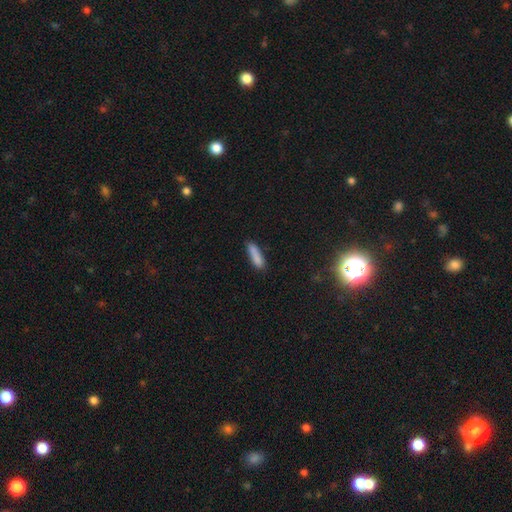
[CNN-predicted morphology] A smooth galaxy with no disk features (87%) that is cigar-shaped (65%). Merging: none (80%).